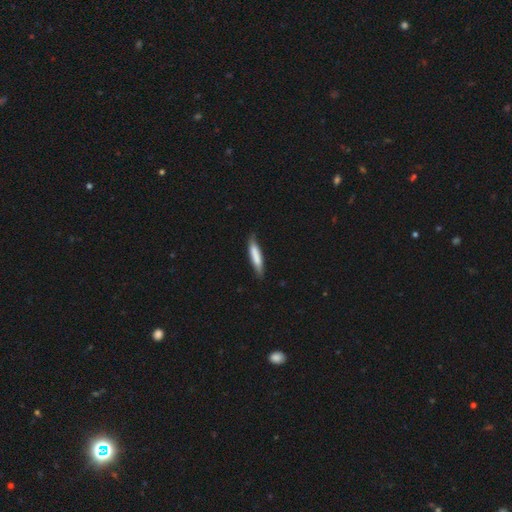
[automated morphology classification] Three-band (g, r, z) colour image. It shows a smooth galaxy with no disk features (75%) that is cigar-shaped (85%). Merging: none (75%).